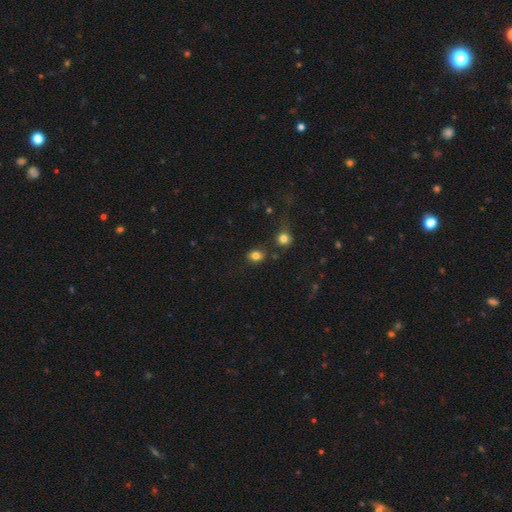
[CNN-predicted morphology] Smooth or featured: smooth — 81% (star or artifact — 12%)
How rounded: in between — 60% (round — 39%)
Merging: none — 73% (minor disturbance — 13%)